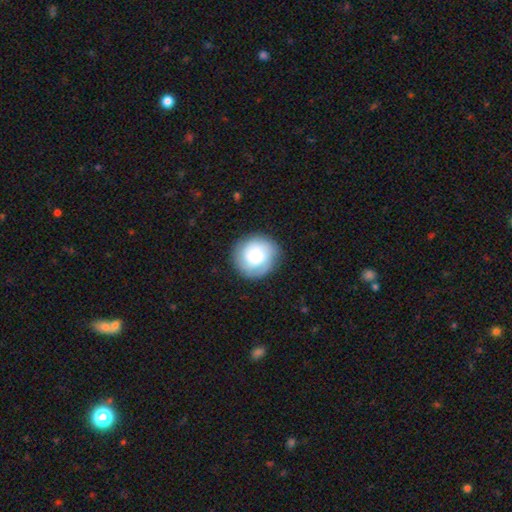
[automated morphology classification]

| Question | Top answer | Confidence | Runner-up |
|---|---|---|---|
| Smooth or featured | smooth | 58% | featured or disk (35%) |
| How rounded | round | 91% | in between (8%) |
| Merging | none | 84% | minor disturbance (11%) |